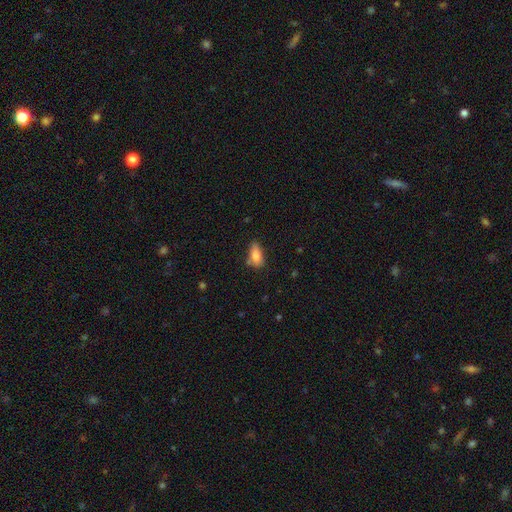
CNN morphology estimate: smooth-or-featured: smooth: 82% | featured or disk: 9% | star or artifact: 8%
  how-rounded: in between: 87% | cigar-shaped: 8% | round: 5%
  merging: none: 58% | minor disturbance: 28% | merger: 7% | major disturbance: 7%